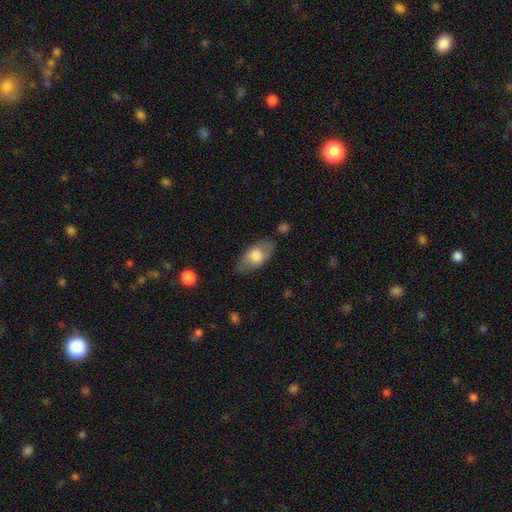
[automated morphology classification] smooth_or_featured: smooth (p=0.67) [alt: featured or disk p=0.27]
how_rounded: in between (p=0.91) [alt: round p=0.05]
merging: none (p=0.76) [alt: minor disturbance p=0.18]